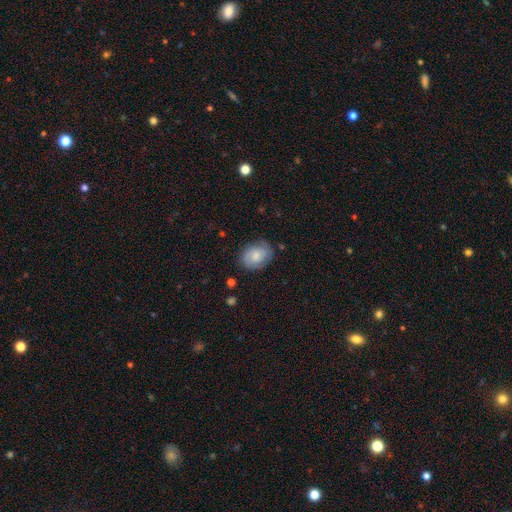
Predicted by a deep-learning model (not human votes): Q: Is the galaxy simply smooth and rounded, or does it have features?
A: smooth — 52%.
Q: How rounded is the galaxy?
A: in between — 62%.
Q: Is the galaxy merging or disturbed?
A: none — 75%.